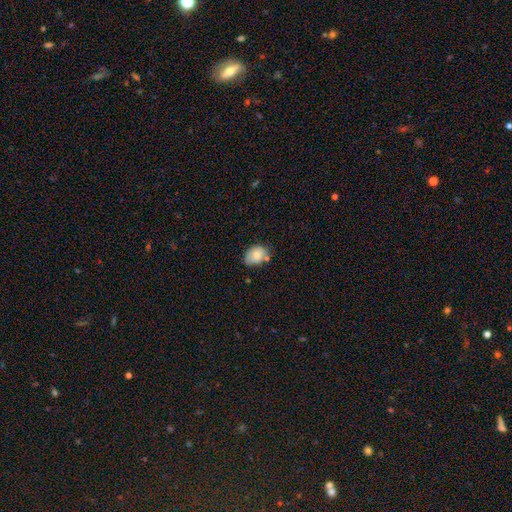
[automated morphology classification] Smooth or featured?
  - smooth: 79% *
  - featured or disk: 13%
  - star or artifact: 8%
How rounded?
  - in between: 73% *
  - round: 26%
  - cigar-shaped: 1%
Merging?
  - none: 59% *
  - minor disturbance: 27%
  - merger: 9%
  - major disturbance: 5%